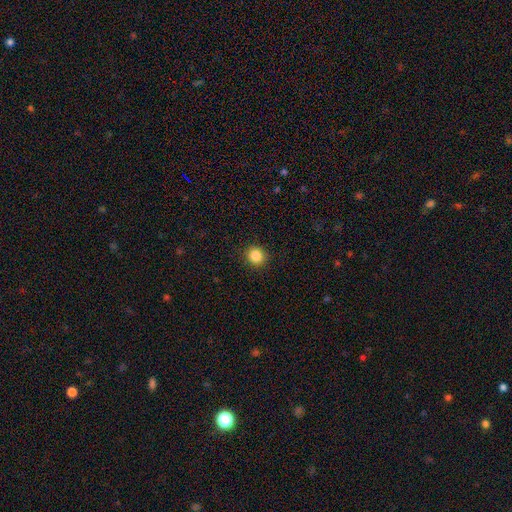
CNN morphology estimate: The model was most divided on "smooth or featured": smooth: 85%, star or artifact: 11%, featured or disk: 4%. More confident: merging — none (92%); how rounded — round (89%).